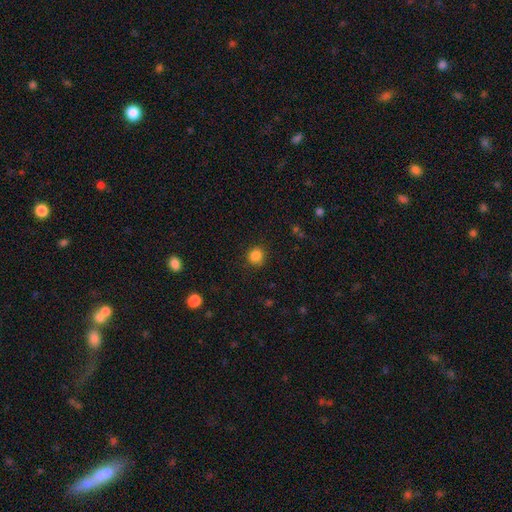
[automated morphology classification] The model was most divided on "smooth or featured": smooth: 85%, star or artifact: 11%, featured or disk: 4%. More confident: how rounded — round (91%); merging — none (89%).